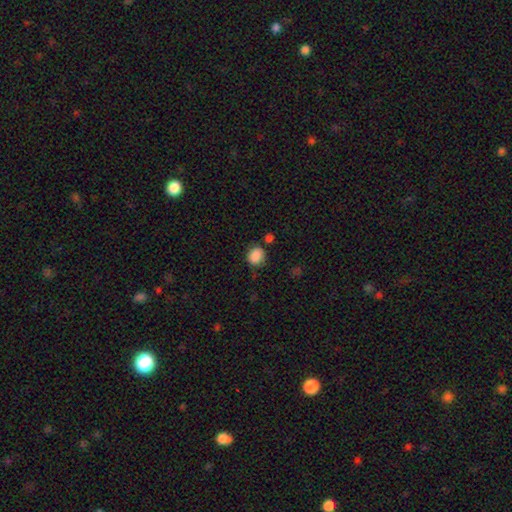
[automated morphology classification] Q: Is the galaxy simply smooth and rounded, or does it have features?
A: smooth — 87%.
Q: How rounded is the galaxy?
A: round — 65%.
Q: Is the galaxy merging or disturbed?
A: none — 72%.